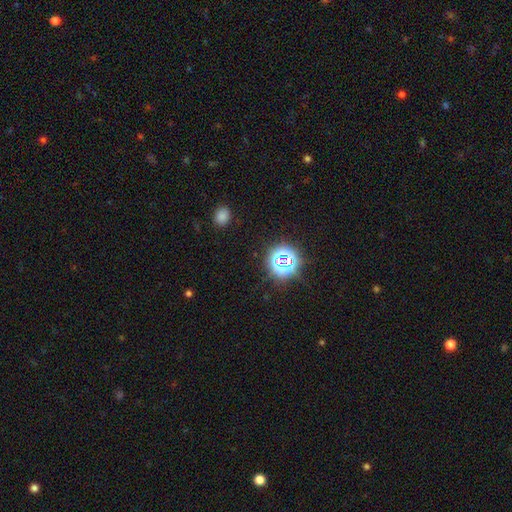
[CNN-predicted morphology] smooth-or-featured: star or artifact: 64% | smooth: 27% | featured or disk: 9%